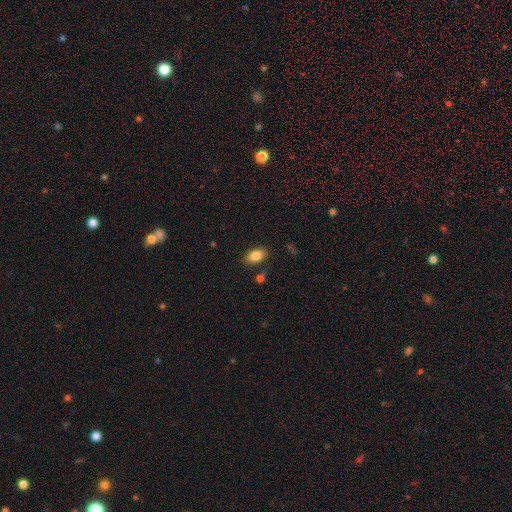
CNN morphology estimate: The model was most divided on "merging": none: 84%, minor disturbance: 10%, merger: 3%, major disturbance: 3%. More confident: how rounded — in between (91%); smooth or featured — smooth (84%).